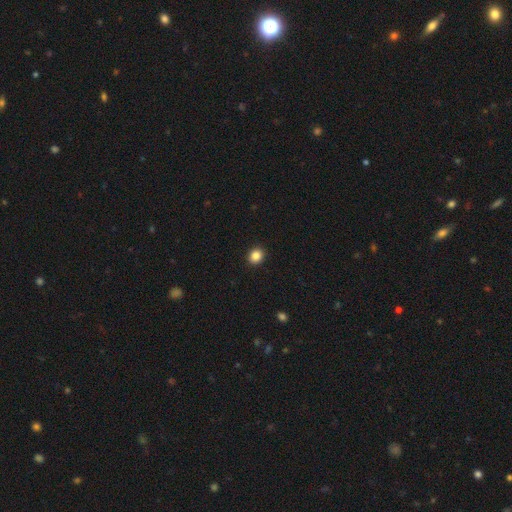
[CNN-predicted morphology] This is clearly a smooth galaxy (86%). How rounded: likely round (72%). Merging: clearly none (92%).